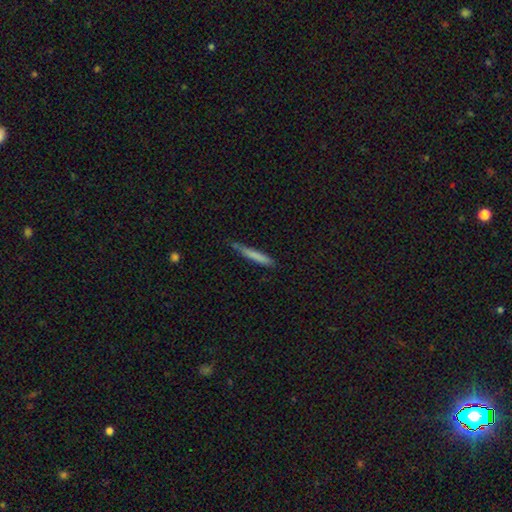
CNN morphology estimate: type=smooth (76%); roundness=cigar-shaped (95%); merging=none (74%).